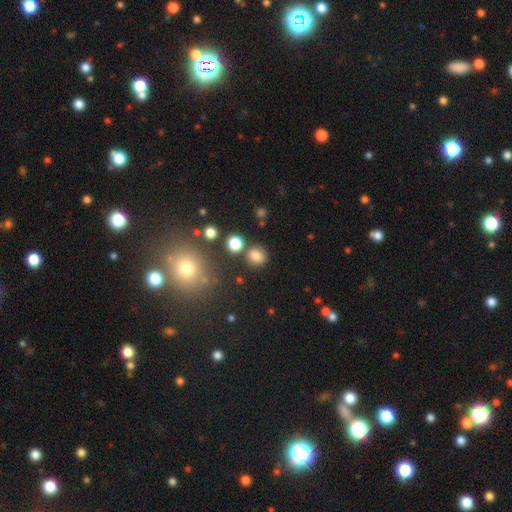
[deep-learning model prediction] Smooth or featured? Predicted: smooth (p=0.80). How rounded? Predicted: round (p=0.81). Merging? Predicted: none (p=0.80).